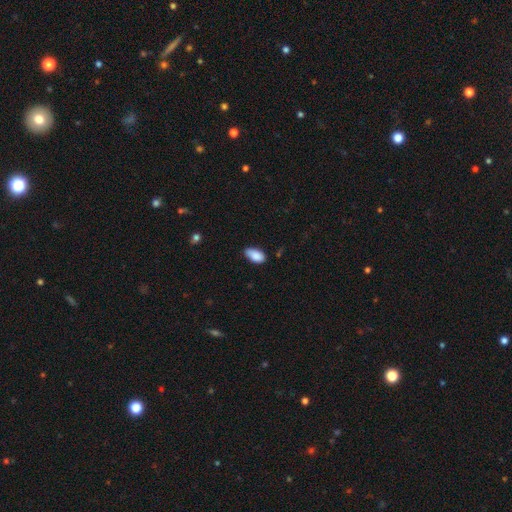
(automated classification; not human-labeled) Smooth or featured? Predicted: smooth (p=0.87). How rounded? Predicted: in between (p=0.93). Merging? Predicted: none (p=0.67).